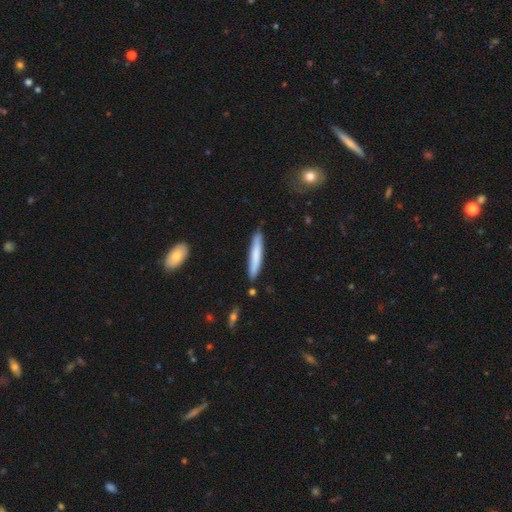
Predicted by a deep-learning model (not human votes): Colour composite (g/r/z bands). It shows a smooth galaxy with no disk features (74%) that is cigar-shaped (94%). Merging: none (85%).